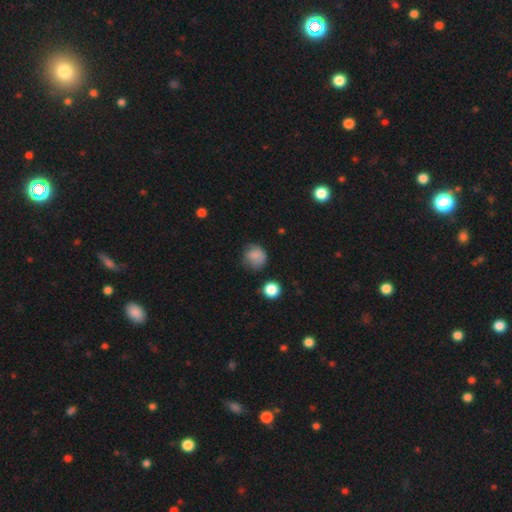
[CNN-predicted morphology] type=smooth (81%); roundness=round (80%); merging=none (59%).